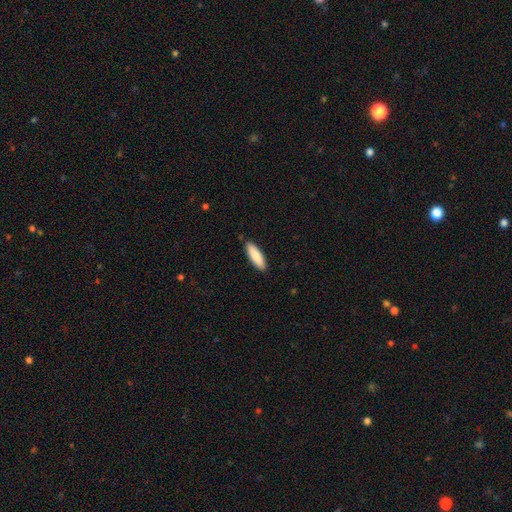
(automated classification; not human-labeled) smooth_or_featured: smooth (p=0.86) [alt: featured or disk p=0.09]
how_rounded: cigar-shaped (p=0.54) [alt: in between p=0.44]
merging: none (p=0.88) [alt: minor disturbance p=0.09]